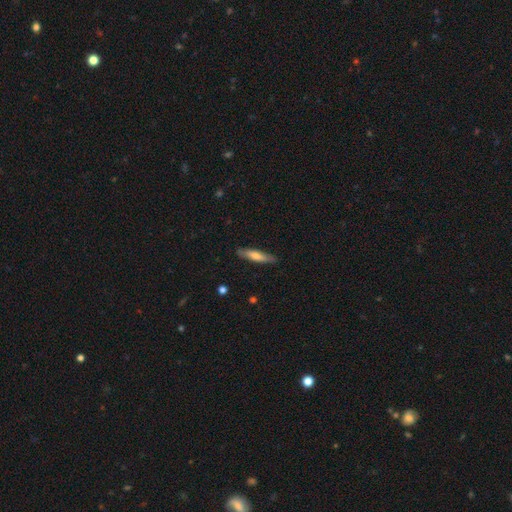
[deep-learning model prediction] This appears to be a smooth galaxy with no disk features (62%) that is cigar-shaped (85%). Merging: none (86%).